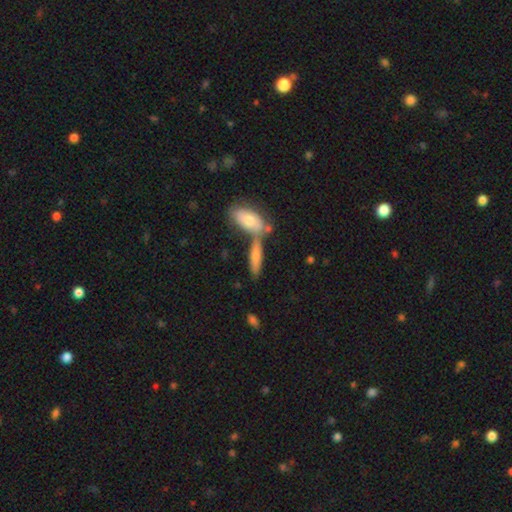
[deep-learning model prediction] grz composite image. It shows a smooth galaxy with no disk features (65%) that is cigar-shaped (59%). Merging: none (50%).